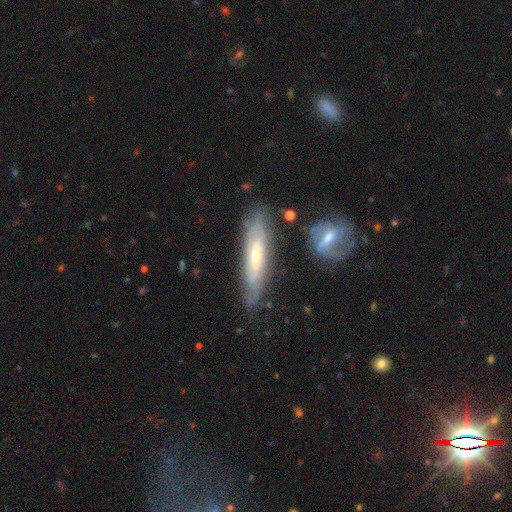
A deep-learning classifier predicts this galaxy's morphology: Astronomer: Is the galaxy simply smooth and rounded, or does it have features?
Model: featured or disk — 60%.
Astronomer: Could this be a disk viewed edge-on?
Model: no — 50%, tied with yes at 50%.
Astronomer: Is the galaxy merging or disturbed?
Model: none — 73%.